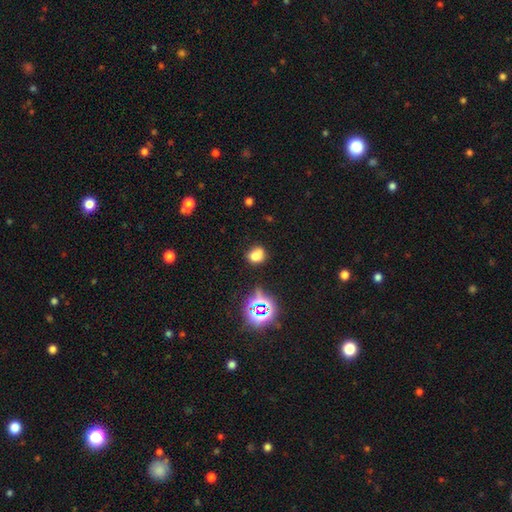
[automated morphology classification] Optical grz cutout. It shows a smooth galaxy with no disk features (68%) that is round (65%). Merging: none (53%).